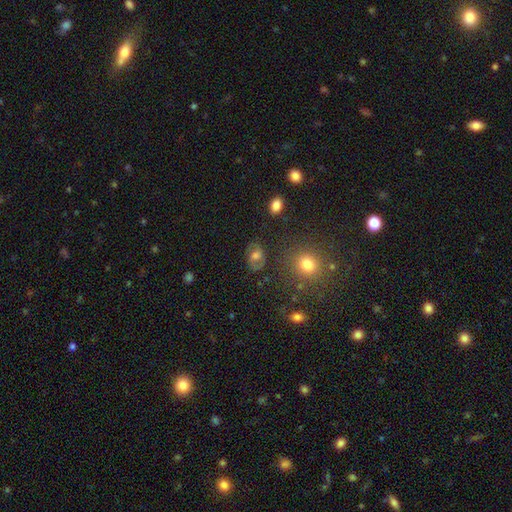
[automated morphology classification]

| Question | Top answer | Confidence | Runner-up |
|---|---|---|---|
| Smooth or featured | smooth | 45% | featured or disk (44%) |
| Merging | none | 74% | minor disturbance (16%) |